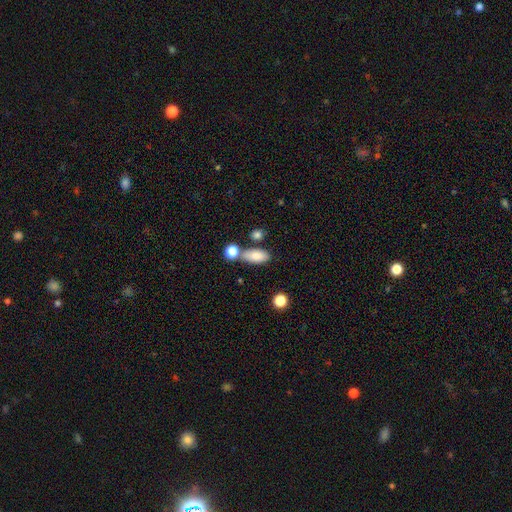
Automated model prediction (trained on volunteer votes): A smooth galaxy with no disk features (84%) that is in between round and cigar-shaped (85%).

Vote fractions:
- Smooth or featured? smooth: 84% / star or artifact: 8% / featured or disk: 8%
- How rounded? in between: 85% / cigar-shaped: 10% / round: 5%
- Merging? none: 64% / merger: 17% / minor disturbance: 14% / major disturbance: 5%